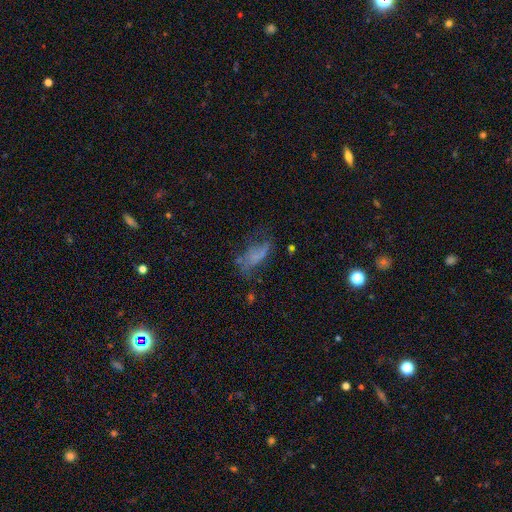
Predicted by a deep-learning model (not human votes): This is possibly a smooth galaxy (45%). Merging: marginally major disturbance (35%, tied with none).